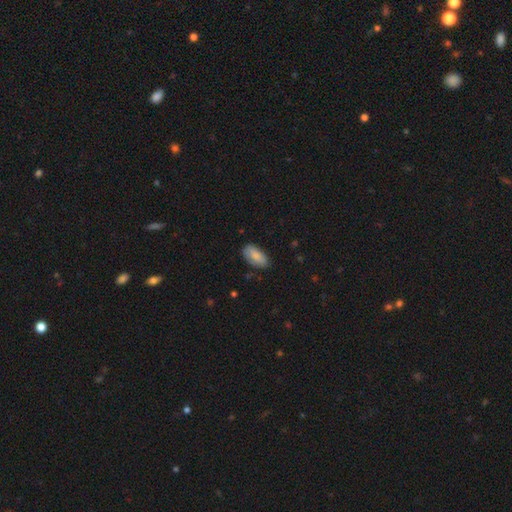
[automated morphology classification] A smooth galaxy with no disk features (82%) that is in between round and cigar-shaped (92%). Merging: none (75%).